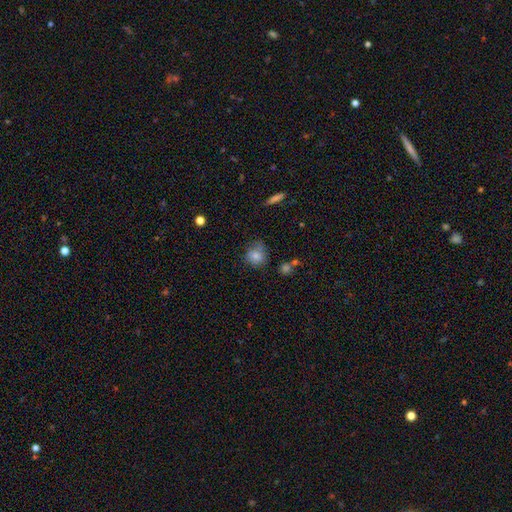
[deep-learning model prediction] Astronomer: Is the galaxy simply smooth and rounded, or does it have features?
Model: smooth — 78%.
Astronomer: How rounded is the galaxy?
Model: round — 66%.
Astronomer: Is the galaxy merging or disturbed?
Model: none — 57%.